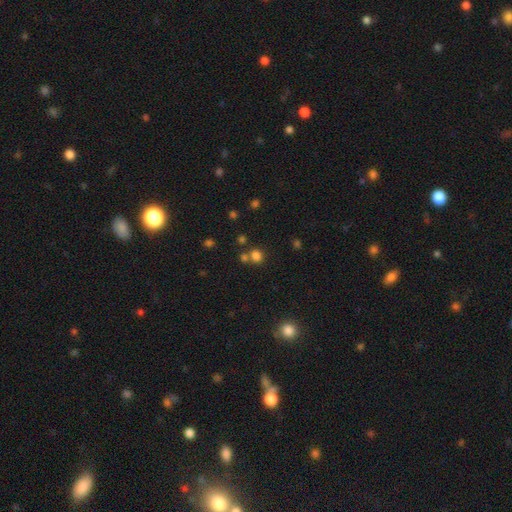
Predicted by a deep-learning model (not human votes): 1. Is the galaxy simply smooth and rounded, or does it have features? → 75% smooth, 19% star or artifact, 6% featured or disk.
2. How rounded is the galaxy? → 77% round, 22% in between, 1% cigar-shaped.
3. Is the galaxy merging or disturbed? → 62% none, 25% merger, 9% minor disturbance, 4% major disturbance.